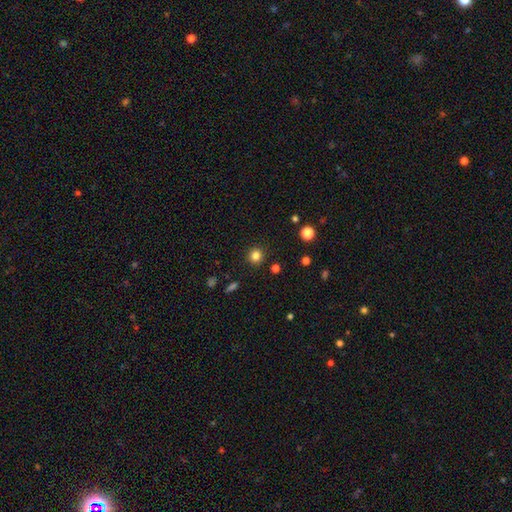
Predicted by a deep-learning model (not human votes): This is clearly a smooth galaxy (83%). How rounded: clearly round (93%). Merging: clearly none (91%).